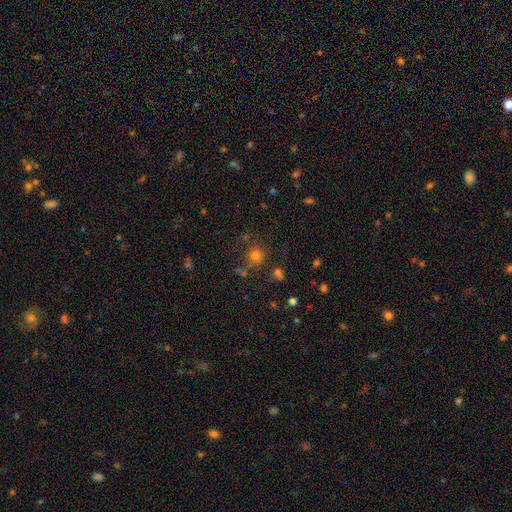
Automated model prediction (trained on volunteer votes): smooth 68%, star or artifact 24%, featured or disk 8%. Down the decision tree: how rounded — round (88%); merging — none (70%).